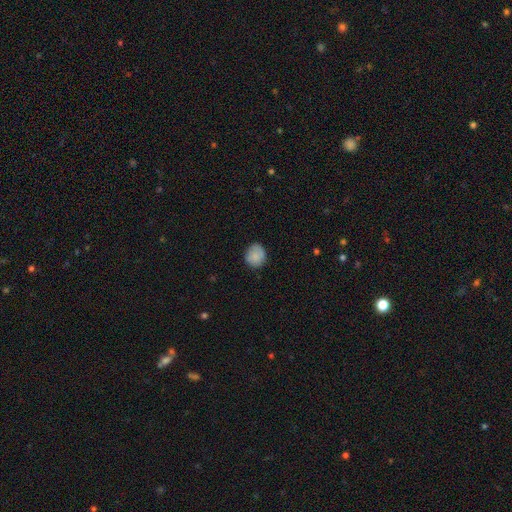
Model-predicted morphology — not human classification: Smooth or featured?
  - smooth: 83% *
  - featured or disk: 9%
  - star or artifact: 8%
How rounded?
  - round: 81% *
  - in between: 18%
  - cigar-shaped: 1%
Merging?
  - none: 78% *
  - minor disturbance: 17%
  - major disturbance: 4%
  - merger: 1%